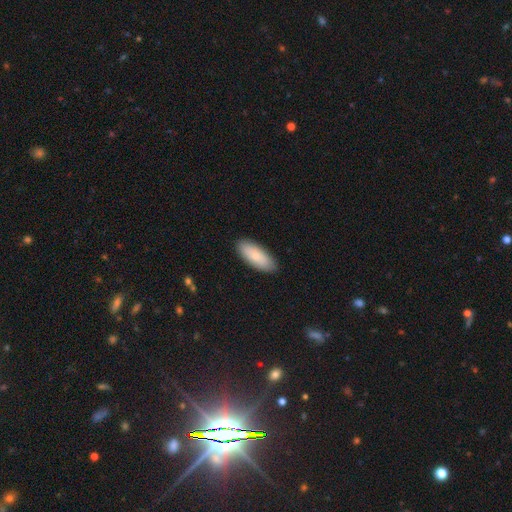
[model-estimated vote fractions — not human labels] Smooth or featured? Predicted: smooth (p=0.84). How rounded? Predicted: in between (p=0.78). Merging? Predicted: none (p=0.88).